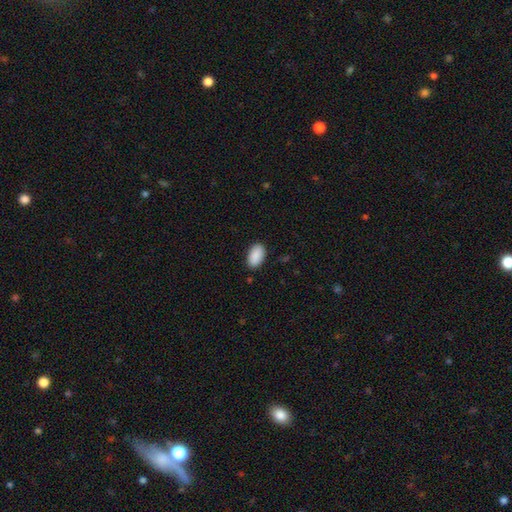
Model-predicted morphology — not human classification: A smooth galaxy with no disk features (91%) that is in between round and cigar-shaped (95%).

Vote fractions:
- Smooth or featured? smooth: 91% / star or artifact: 6% / featured or disk: 3%
- How rounded? in between: 95% / round: 4% / cigar-shaped: 2%
- Merging? none: 88% / minor disturbance: 9% / major disturbance: 2% / merger: 1%